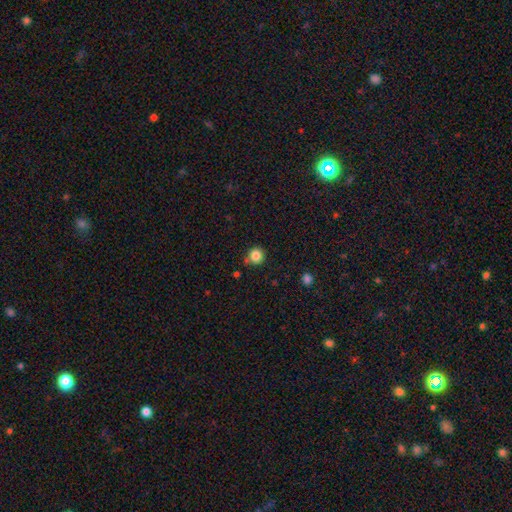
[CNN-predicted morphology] Smooth or featured? smooth (85%)
How rounded? round (93%)
Merging? none (74%)